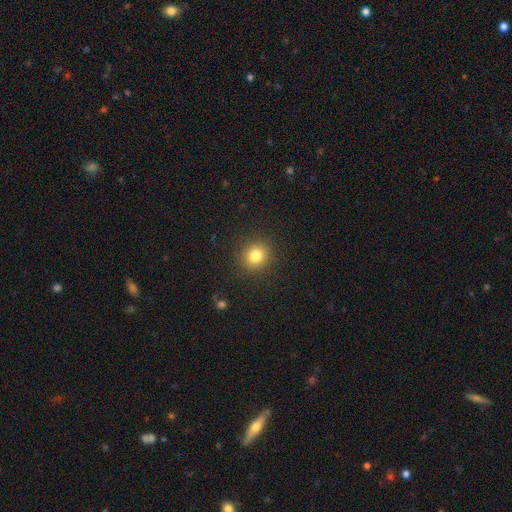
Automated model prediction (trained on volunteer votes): Smooth or featured? smooth (81%)
How rounded? round (86%)
Merging? none (90%)